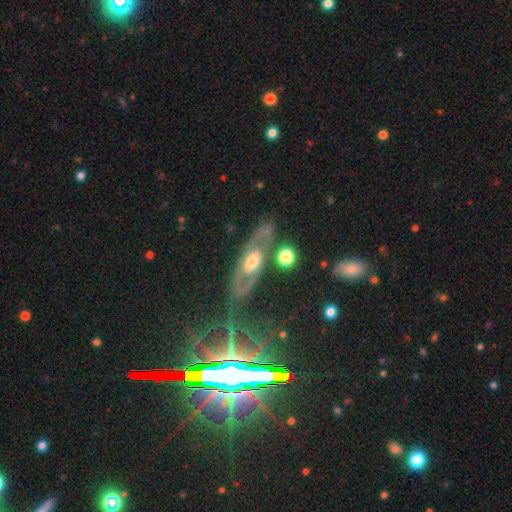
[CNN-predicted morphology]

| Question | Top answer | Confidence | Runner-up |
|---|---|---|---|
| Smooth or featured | featured or disk | 72% | smooth (17%) |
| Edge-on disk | no | 81% | yes (19%) |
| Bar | no | 64% | weak (26%) |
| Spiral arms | yes | 61% | no (39%) |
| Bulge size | moderate | 65% | small (16%) |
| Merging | none | 72% | minor disturbance (16%) |